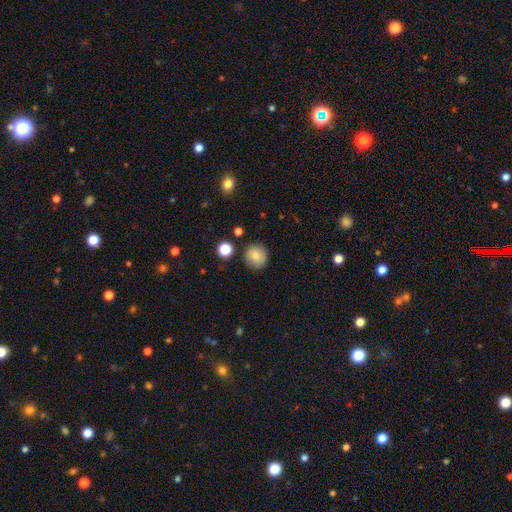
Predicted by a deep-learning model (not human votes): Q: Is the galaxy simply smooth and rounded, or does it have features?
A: smooth — 84%.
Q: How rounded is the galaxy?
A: round — 92%.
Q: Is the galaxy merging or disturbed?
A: none — 86%.